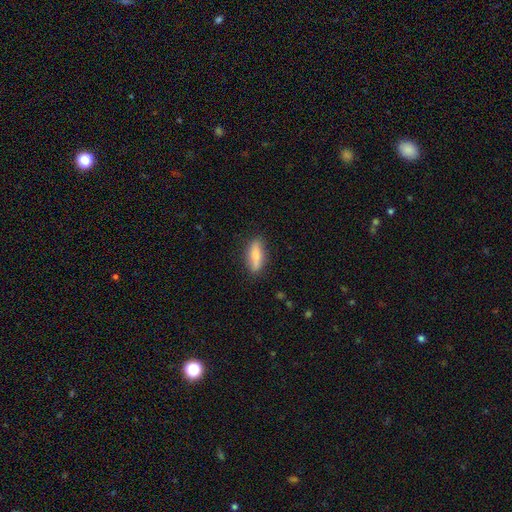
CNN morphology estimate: type=smooth (78%); roundness=in between (49%, tied with cigar-shaped); merging=none (82%).